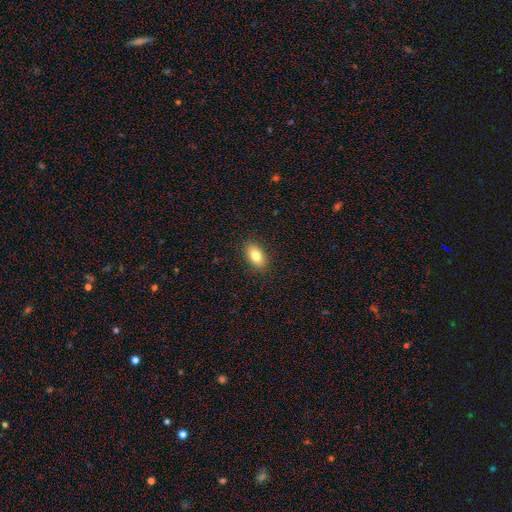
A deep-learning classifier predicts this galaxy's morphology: smooth_or_featured: smooth (p=0.82) [alt: featured or disk p=0.11]
how_rounded: in between (p=0.89) [alt: round p=0.06]
merging: none (p=0.89) [alt: minor disturbance p=0.08]